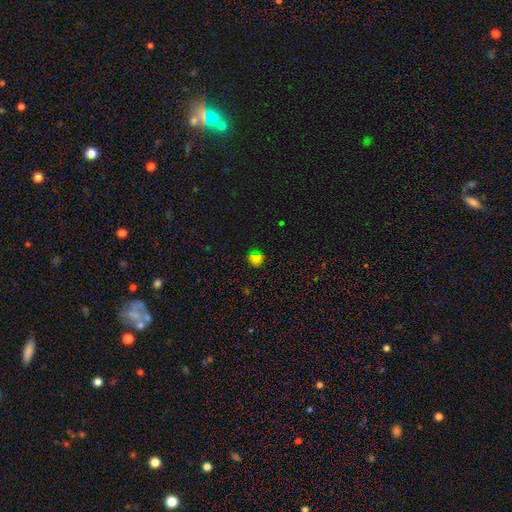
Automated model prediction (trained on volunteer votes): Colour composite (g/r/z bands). It shows a smooth galaxy with no disk features (67%) that is round (86%). Merging: none (85%).